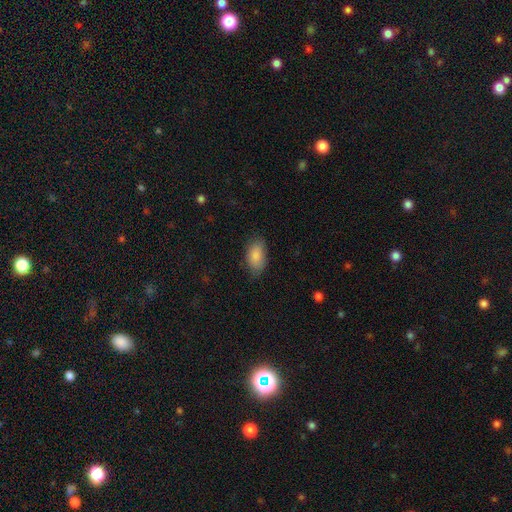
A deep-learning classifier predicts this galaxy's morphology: Smooth or featured? Predicted: smooth (p=0.87). How rounded? Predicted: in between (p=0.92). Merging? Predicted: none (p=0.74).